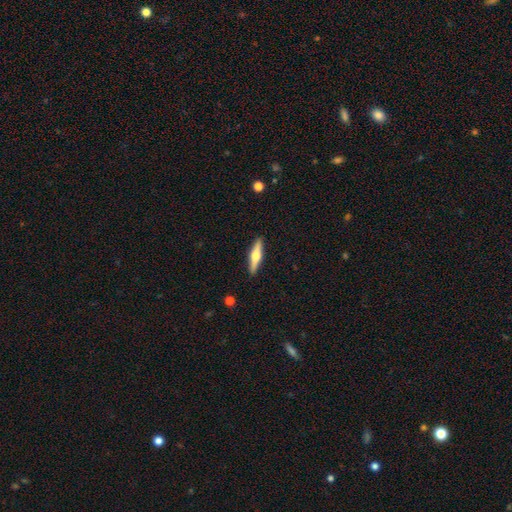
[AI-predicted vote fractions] This appears to be a featured or disk galaxy (60%) viewed edge-on (97%) with a rounded central bulge (93%). Merging: none (91%).